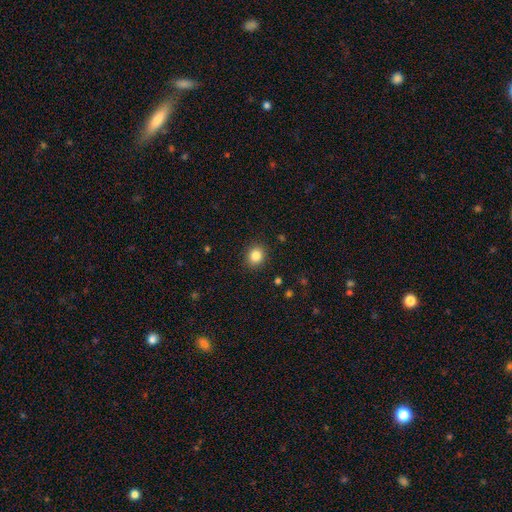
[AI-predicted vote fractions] smooth-or-featured: smooth: 85% | star or artifact: 10% | featured or disk: 5%
  how-rounded: round: 80% | in between: 19% | cigar-shaped: 1%
  merging: none: 90% | minor disturbance: 7% | major disturbance: 2% | merger: 1%